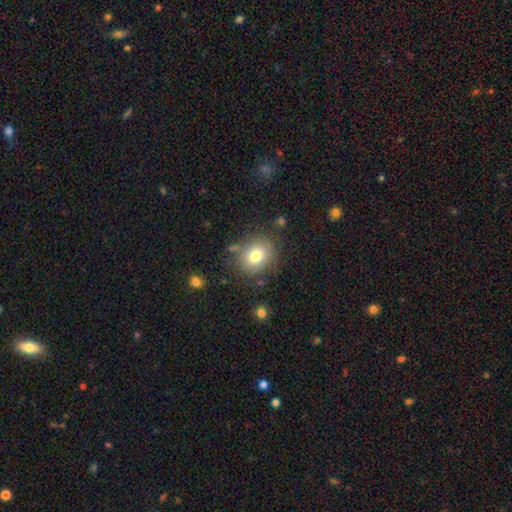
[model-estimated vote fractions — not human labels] Smooth or featured?
  - smooth: 77% *
  - featured or disk: 11%
  - star or artifact: 11%
How rounded?
  - round: 65% *
  - in between: 34%
  - cigar-shaped: 1%
Merging?
  - none: 79% *
  - minor disturbance: 13%
  - major disturbance: 5%
  - merger: 4%